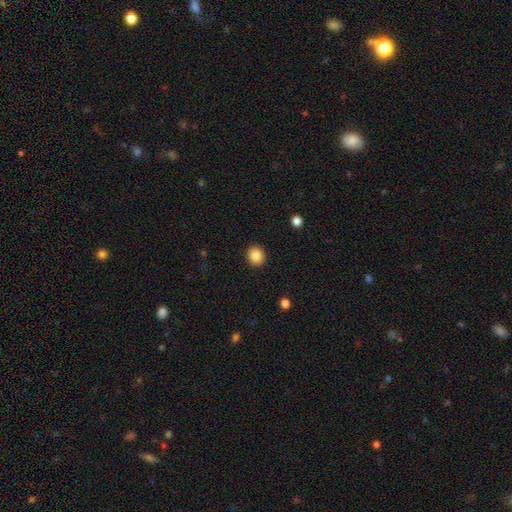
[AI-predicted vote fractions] A smooth galaxy with no disk features (86%) that is round (86%).

Vote fractions:
- Smooth or featured? smooth: 86% / star or artifact: 9% / featured or disk: 5%
- How rounded? round: 86% / in between: 13% / cigar-shaped: 1%
- Merging? none: 92% / minor disturbance: 5% / major disturbance: 2% / merger: 1%